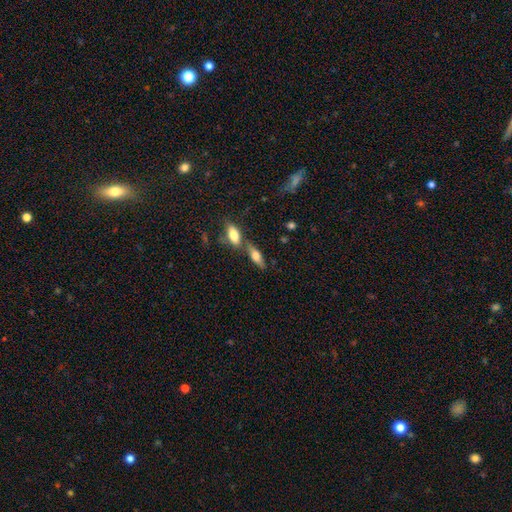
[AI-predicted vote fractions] Smooth or featured? Predicted: smooth (p=0.54). How rounded? Predicted: in between (p=0.57). Merging? Predicted: none (p=0.55).